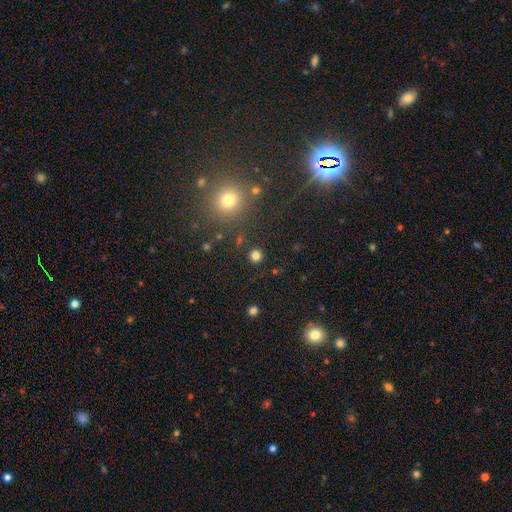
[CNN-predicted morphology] type=smooth (80%); roundness=round (93%); merging=none (88%).